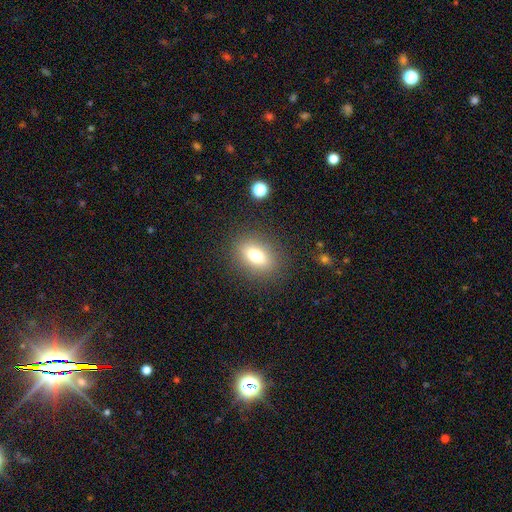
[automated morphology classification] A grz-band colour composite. It shows a smooth galaxy with no disk features (73%) that is in between round and cigar-shaped (68%). Merging: none (86%).